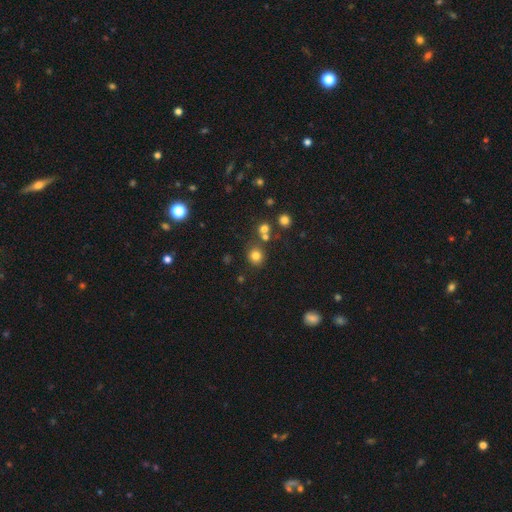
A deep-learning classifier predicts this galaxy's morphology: type=smooth (77%); roundness=round (86%); merging=none (77%).